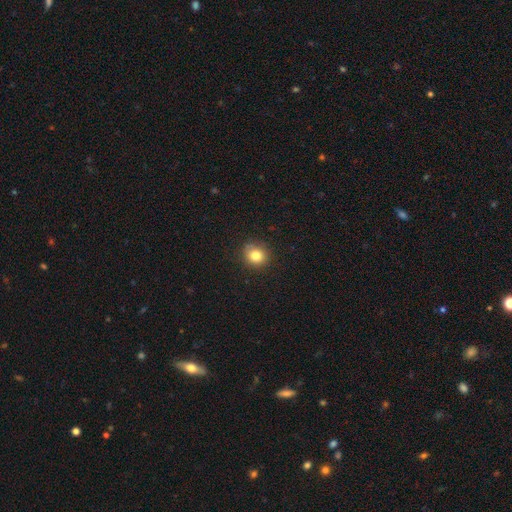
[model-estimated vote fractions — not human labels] Smooth or featured? smooth (81%)
How rounded? round (84%)
Merging? none (84%)